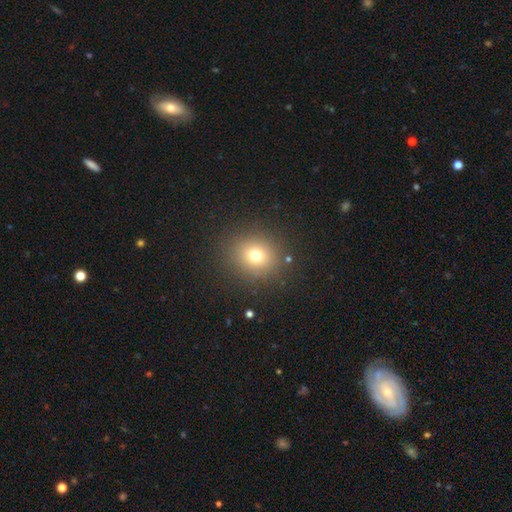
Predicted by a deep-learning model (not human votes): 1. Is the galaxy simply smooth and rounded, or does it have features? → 72% smooth, 18% star or artifact, 10% featured or disk.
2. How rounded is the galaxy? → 83% round, 16% in between, 1% cigar-shaped.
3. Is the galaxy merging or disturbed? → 87% none, 7% minor disturbance, 4% major disturbance, 2% merger.